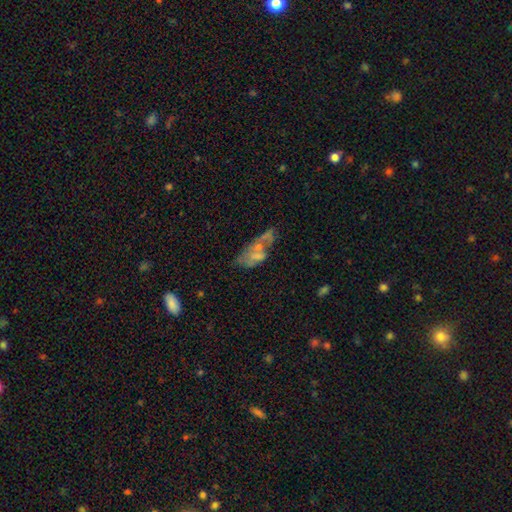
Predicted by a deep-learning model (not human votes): Smooth or featured? featured or disk (48%)
Merging? none (36%)